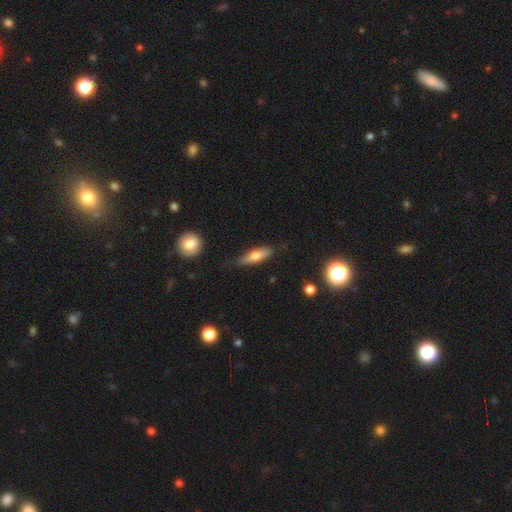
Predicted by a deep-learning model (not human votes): Smooth or featured? smooth (58%)
How rounded? cigar-shaped (56%)
Merging? none (74%)